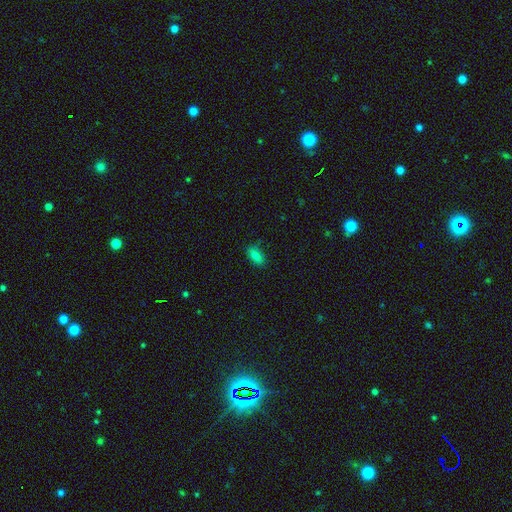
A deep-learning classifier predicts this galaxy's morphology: smooth_or_featured: smooth (p=0.82) [alt: star or artifact p=0.11]
how_rounded: in between (p=0.88) [alt: cigar-shaped p=0.08]
merging: none (p=0.80) [alt: minor disturbance p=0.16]